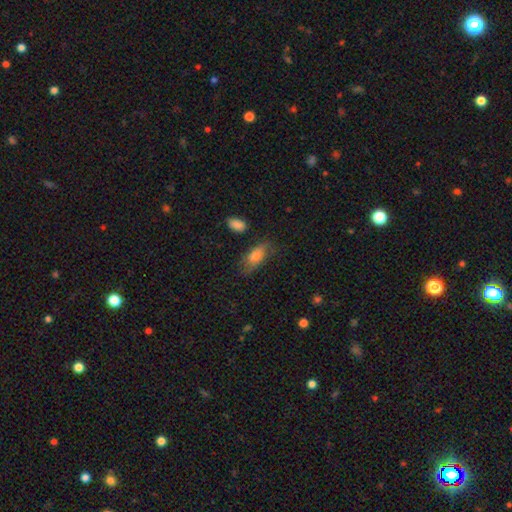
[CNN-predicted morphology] The model was most divided on "merging": none: 65%, minor disturbance: 24%, major disturbance: 8%, merger: 3%. More confident: how rounded — in between (82%); smooth or featured — smooth (74%).